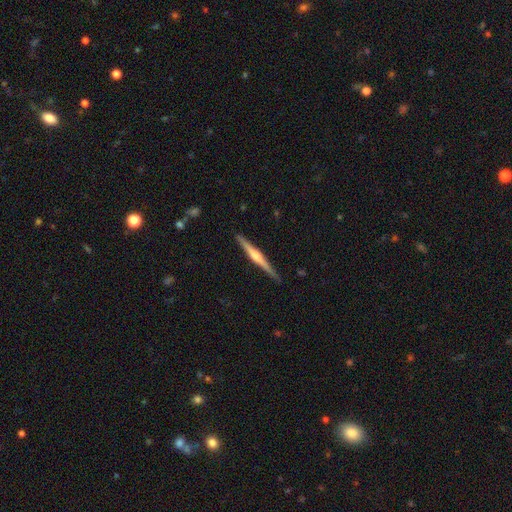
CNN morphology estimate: Smooth or featured? featured or disk (72%)
Edge-on disk? yes (98%)
Edge-on bulge? rounded (75%)
Merging? none (89%)